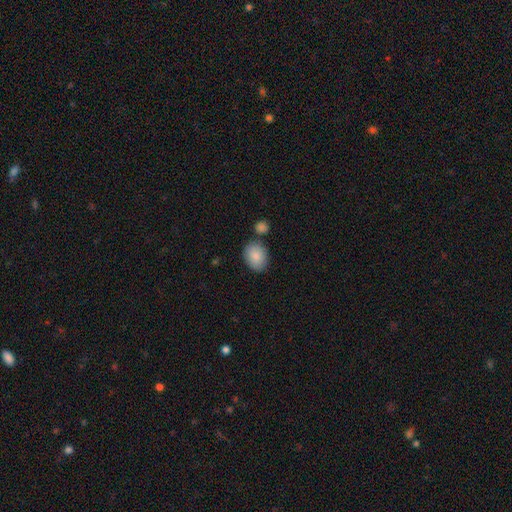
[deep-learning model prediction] smooth-or-featured: smooth: 87% | star or artifact: 7% | featured or disk: 6%
  how-rounded: in between: 64% | round: 35% | cigar-shaped: 1%
  merging: none: 72% | minor disturbance: 13% | merger: 11% | major disturbance: 3%